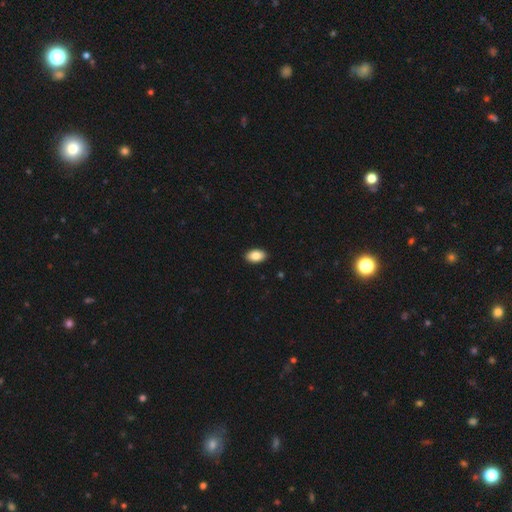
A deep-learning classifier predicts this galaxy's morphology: smooth_or_featured: smooth (p=0.87) [alt: star or artifact p=0.07]
how_rounded: in between (p=0.93) [alt: round p=0.06]
merging: none (p=0.91) [alt: minor disturbance p=0.06]